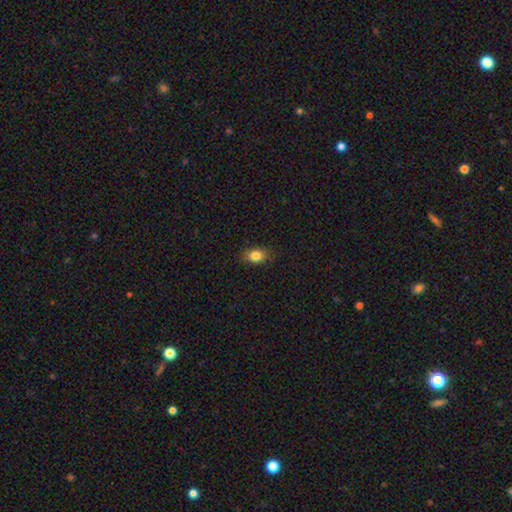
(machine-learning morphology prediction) Smooth or featured: smooth — 83% (star or artifact — 9%)
How rounded: in between — 76% (round — 22%)
Merging: none — 85% (minor disturbance — 11%)